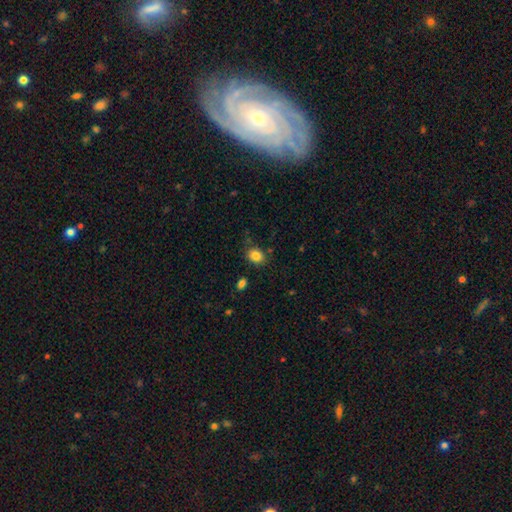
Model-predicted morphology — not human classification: Smooth or featured? smooth (84%)
How rounded? in between (57%)
Merging? none (80%)